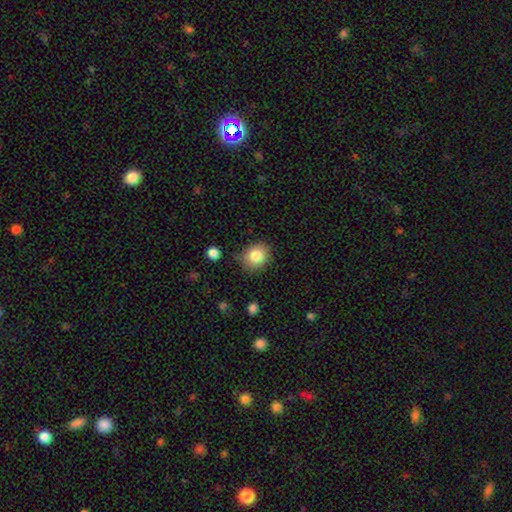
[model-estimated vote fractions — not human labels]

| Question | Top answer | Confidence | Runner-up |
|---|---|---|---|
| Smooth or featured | smooth | 83% | star or artifact (10%) |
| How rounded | round | 70% | in between (29%) |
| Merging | none | 78% | minor disturbance (15%) |